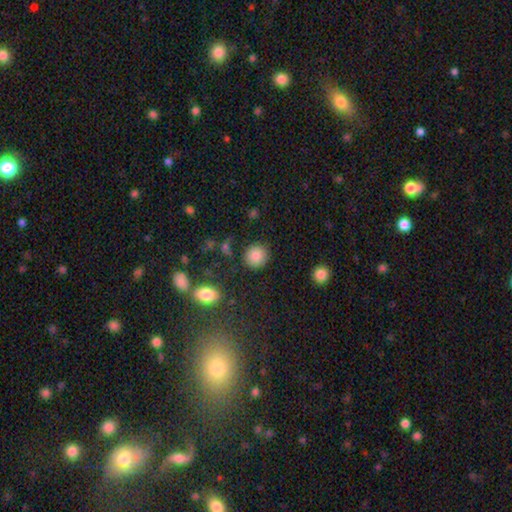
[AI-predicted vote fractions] This is clearly a smooth galaxy (87%). How rounded: clearly round (89%). Merging: clearly none (85%).